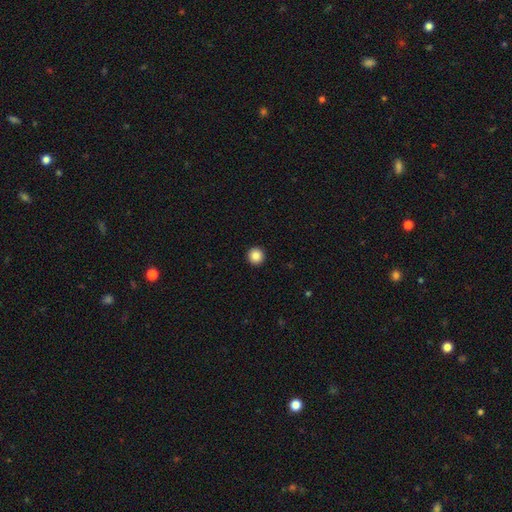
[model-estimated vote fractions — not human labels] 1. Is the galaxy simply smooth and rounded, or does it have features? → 87% smooth, 9% star or artifact, 4% featured or disk.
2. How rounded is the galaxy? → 96% round, 3% in between, 1% cigar-shaped.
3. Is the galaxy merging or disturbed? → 94% none, 4% minor disturbance, 1% major disturbance, 1% merger.